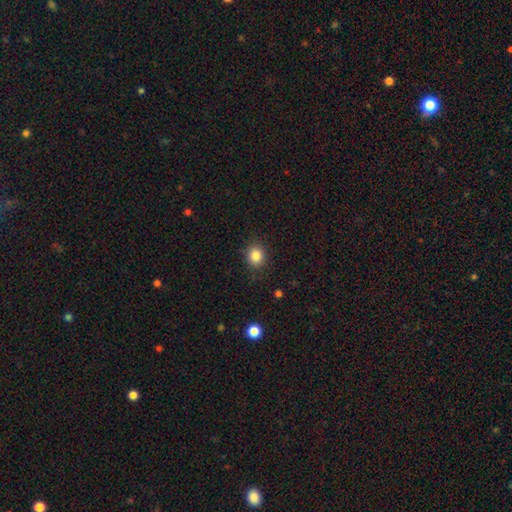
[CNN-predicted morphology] Q: Smooth or featured?
A: smooth (84%); runner-up: star or artifact (11%)
Q: How rounded?
A: round (76%); runner-up: in between (23%)
Q: Merging?
A: none (87%); runner-up: minor disturbance (9%)